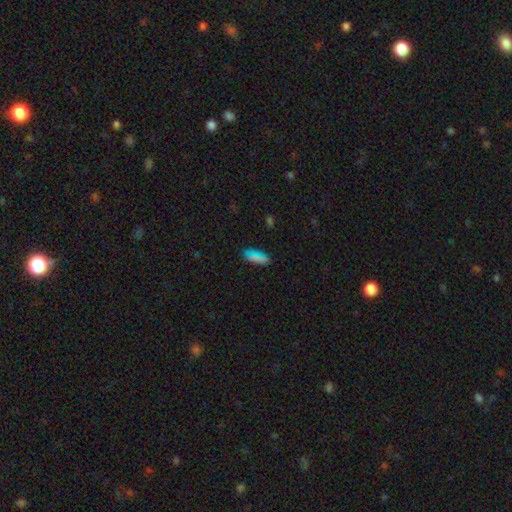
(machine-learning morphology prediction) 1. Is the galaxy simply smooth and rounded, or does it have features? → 72% smooth, 16% star or artifact, 12% featured or disk.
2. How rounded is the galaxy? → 76% in between, 20% cigar-shaped, 4% round.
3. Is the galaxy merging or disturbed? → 79% none, 15% minor disturbance, 4% major disturbance, 2% merger.